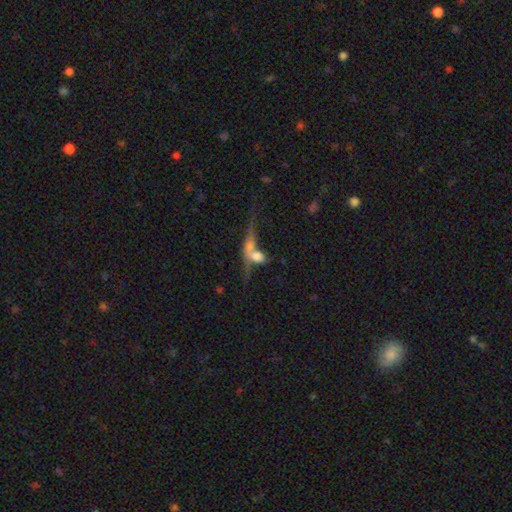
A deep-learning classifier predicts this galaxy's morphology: A featured or disk galaxy (46%).

Vote fractions:
- Smooth or featured? featured or disk: 46% / smooth: 37% / star or artifact: 17%
- Merging? merger: 45% / none: 30% / major disturbance: 14% / minor disturbance: 11%